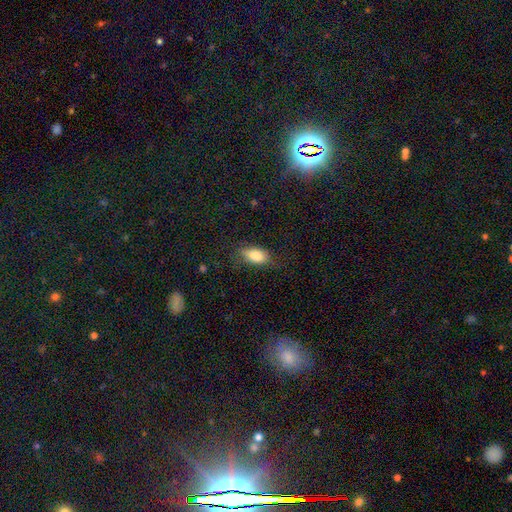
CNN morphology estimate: Smooth or featured: smooth — 83% (featured or disk — 9%)
How rounded: in between — 89% (cigar-shaped — 7%)
Merging: none — 74% (minor disturbance — 18%)